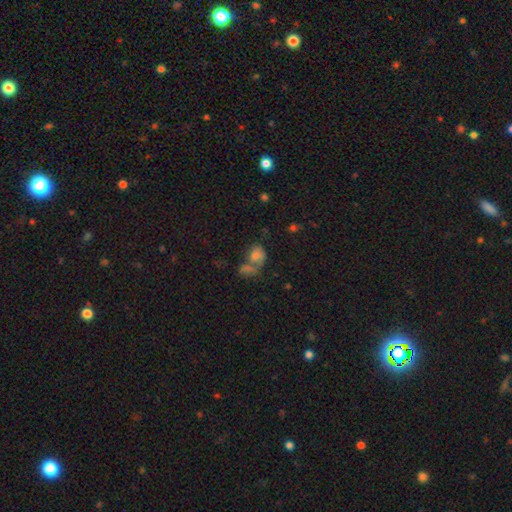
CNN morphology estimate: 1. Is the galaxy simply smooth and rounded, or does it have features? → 60% smooth, 22% featured or disk, 18% star or artifact.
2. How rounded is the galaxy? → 59% in between, 39% round, 2% cigar-shaped.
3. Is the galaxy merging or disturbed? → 53% merger, 25% none, 11% minor disturbance, 11% major disturbance.